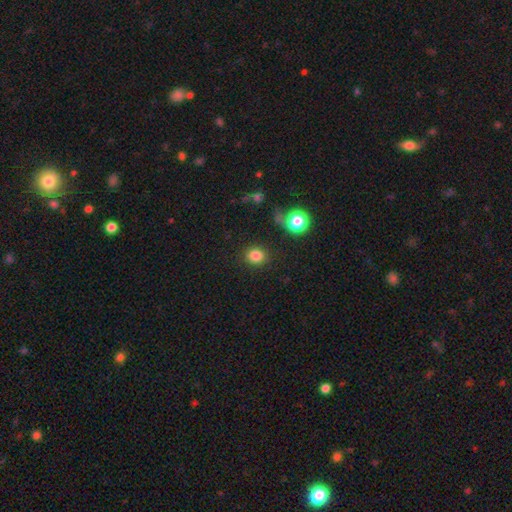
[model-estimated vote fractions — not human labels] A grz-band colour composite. It shows a smooth galaxy with no disk features (83%) that is round (80%). Merging: none (86%).